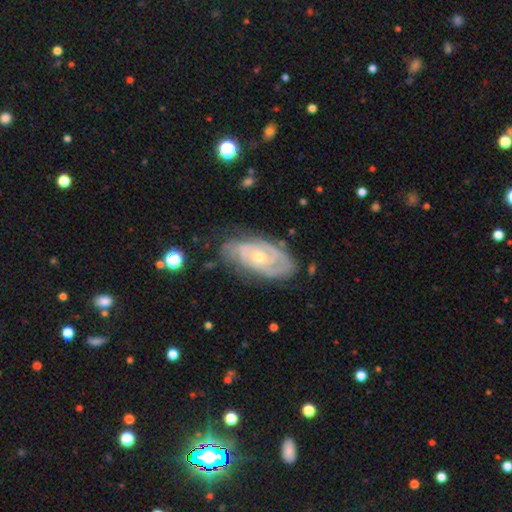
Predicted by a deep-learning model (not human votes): Smooth or featured? featured or disk (80%)
Edge-on disk? no (92%)
Bar? no (74%)
Spiral arms? yes (89%)
Spiral winding? tight (71%)
Spiral arm count? can't tell (42%)
Bulge size? small (51%)
Merging? none (73%)